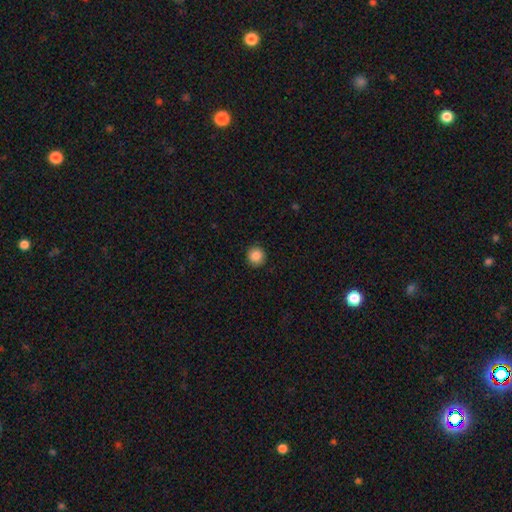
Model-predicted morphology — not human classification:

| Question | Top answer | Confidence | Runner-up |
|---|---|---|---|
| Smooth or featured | smooth | 87% | star or artifact (9%) |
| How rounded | round | 94% | in between (5%) |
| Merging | none | 92% | minor disturbance (5%) |